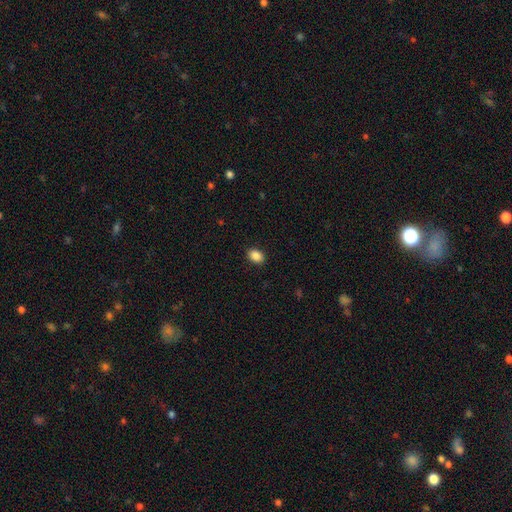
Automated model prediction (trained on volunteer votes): The model was most divided on "how rounded": in between: 76%, round: 23%, cigar-shaped: 1%. More confident: merging — none (90%); smooth or featured — smooth (89%).